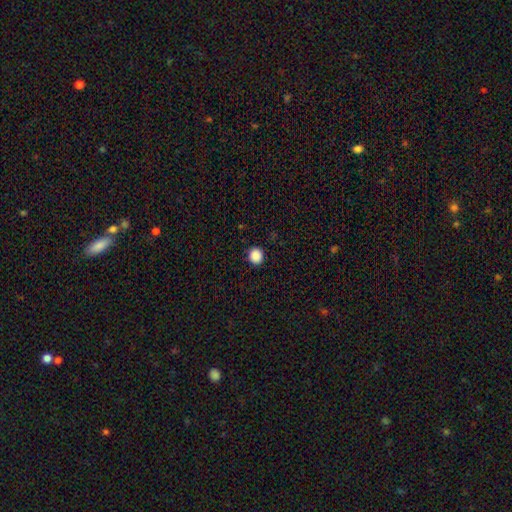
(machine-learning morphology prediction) The model was most divided on "how rounded": round: 86%, in between: 13%, cigar-shaped: 1%. More confident: merging — none (92%); smooth or featured — smooth (89%).